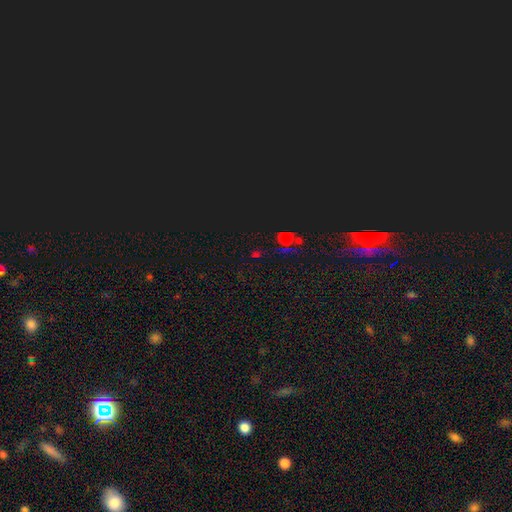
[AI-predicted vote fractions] Q: Smooth or featured?
A: star or artifact (63%); runner-up: smooth (28%)